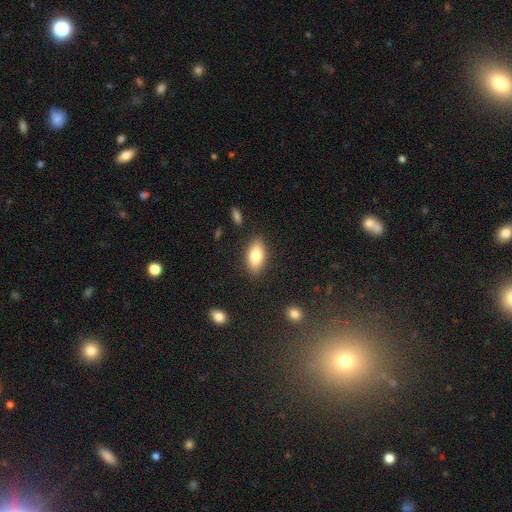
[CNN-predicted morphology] Smooth or featured: smooth — 79% (featured or disk — 14%)
How rounded: in between — 87% (cigar-shaped — 9%)
Merging: none — 86% (minor disturbance — 10%)